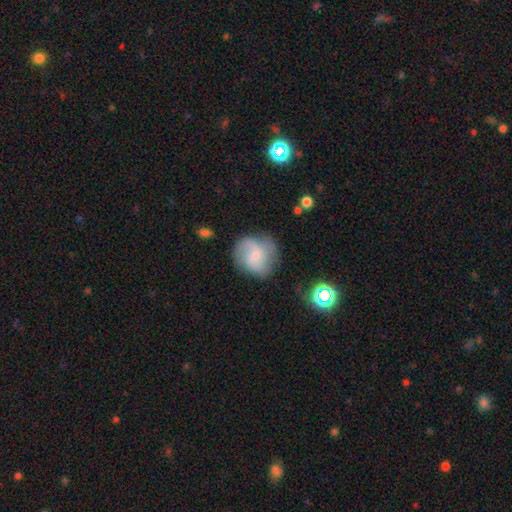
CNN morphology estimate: A featured or disk galaxy (59%) with no bar (53%), 2 (61%) medium (42%) spiral arms (89%) and a small central bulge (65%). Merging: none (66%).